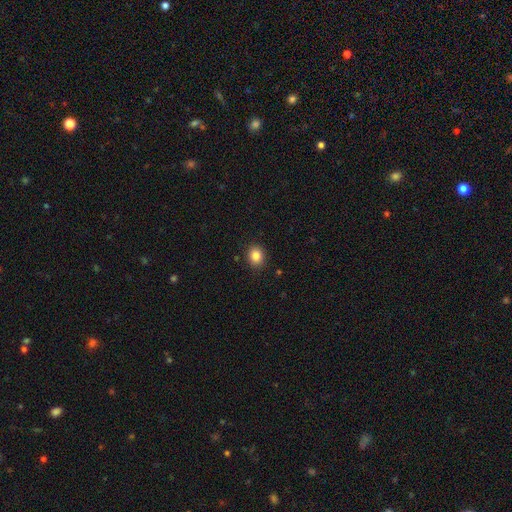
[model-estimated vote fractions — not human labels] Q: Smooth or featured?
A: smooth (85%); runner-up: star or artifact (10%)
Q: How rounded?
A: round (67%); runner-up: in between (32%)
Q: Merging?
A: none (90%); runner-up: minor disturbance (7%)